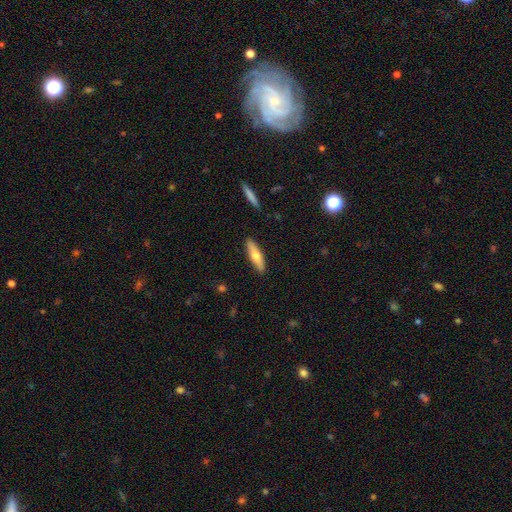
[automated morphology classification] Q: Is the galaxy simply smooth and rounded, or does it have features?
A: smooth — 61%.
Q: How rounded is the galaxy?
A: cigar-shaped — 68%.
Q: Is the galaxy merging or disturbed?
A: none — 89%.